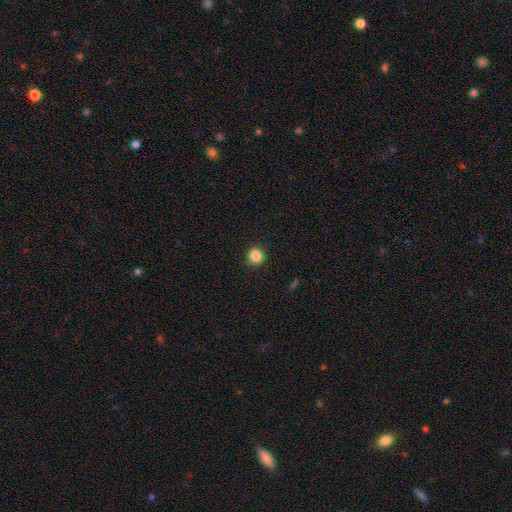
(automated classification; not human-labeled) smooth-or-featured: smooth: 86% | star or artifact: 11% | featured or disk: 4%
  how-rounded: round: 86% | in between: 13% | cigar-shaped: 1%
  merging: none: 88% | minor disturbance: 9% | major disturbance: 2% | merger: 1%